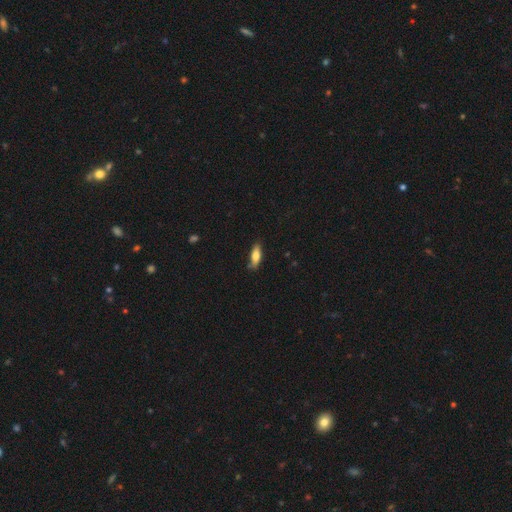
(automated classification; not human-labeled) This is likely a smooth galaxy (74%). How rounded: likely in between (62%). Merging: likely none (78%).